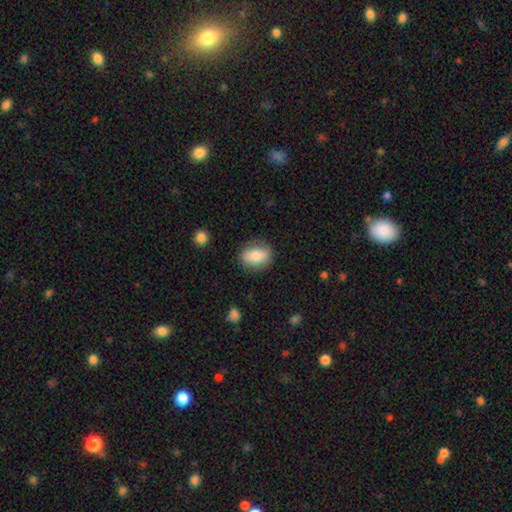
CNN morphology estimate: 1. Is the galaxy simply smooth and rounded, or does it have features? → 77% smooth, 16% featured or disk, 7% star or artifact.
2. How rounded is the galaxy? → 75% in between, 22% round, 2% cigar-shaped.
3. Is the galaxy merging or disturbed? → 81% none, 13% minor disturbance, 4% major disturbance, 1% merger.